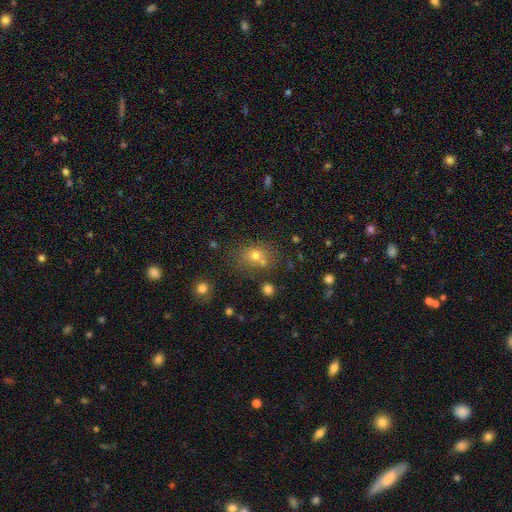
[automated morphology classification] Smooth or featured: smooth — 66% (star or artifact — 21%)
How rounded: round — 58% (in between — 41%)
Merging: none — 62% (merger — 21%)